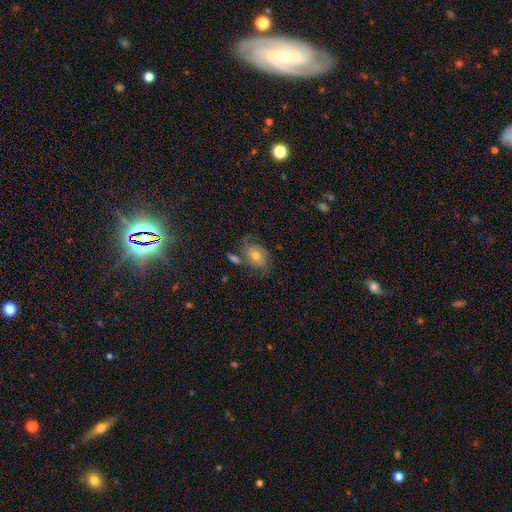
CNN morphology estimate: Smooth or featured?
  - featured or disk: 52% *
  - smooth: 34%
  - star or artifact: 14%
Edge-on disk?
  - no: 95% *
  - yes: 5%
Merging?
  - none: 57% *
  - minor disturbance: 22%
  - major disturbance: 12%
  - merger: 10%